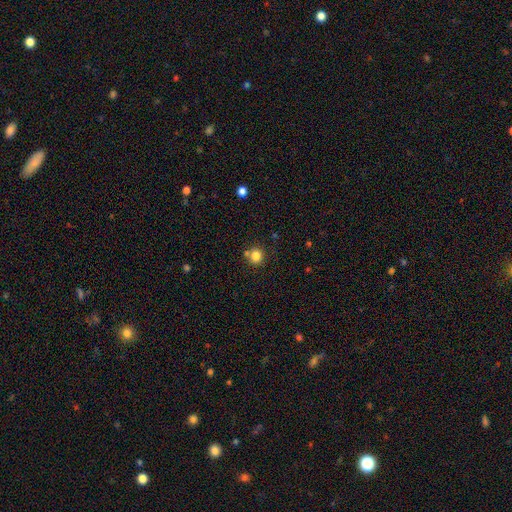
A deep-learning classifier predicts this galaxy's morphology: The model was most divided on "merging": none: 71%, merger: 15%, minor disturbance: 11%, major disturbance: 3%. More confident: how rounded — round (86%); smooth or featured — smooth (82%).